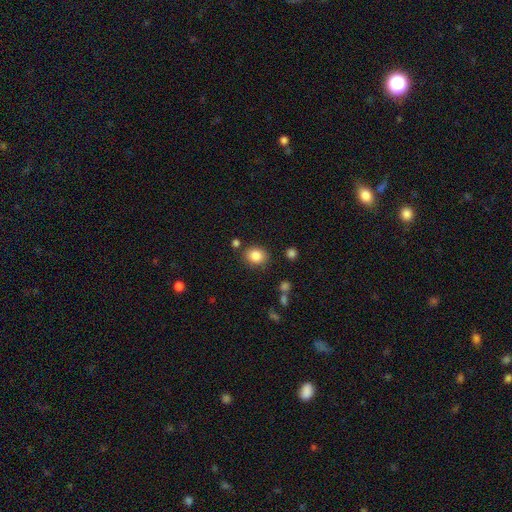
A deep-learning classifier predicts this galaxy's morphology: Smooth or featured: smooth — 85% (star or artifact — 10%)
How rounded: round — 59% (in between — 40%)
Merging: none — 81% (minor disturbance — 11%)